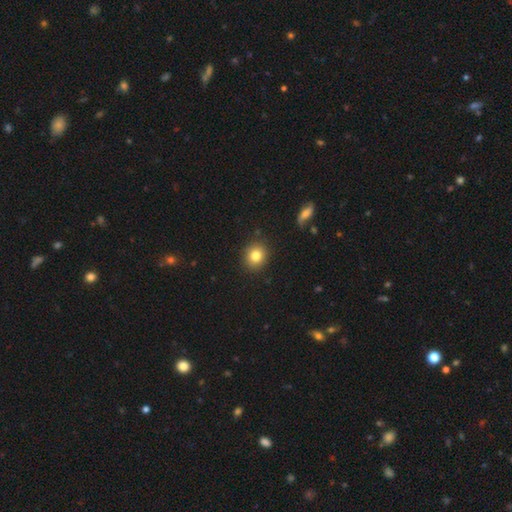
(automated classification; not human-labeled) A smooth galaxy with no disk features (82%) that is round (81%).

Vote fractions:
- Smooth or featured? smooth: 82% / star or artifact: 11% / featured or disk: 8%
- How rounded? round: 81% / in between: 18% / cigar-shaped: 1%
- Merging? none: 89% / minor disturbance: 7% / major disturbance: 2% / merger: 1%